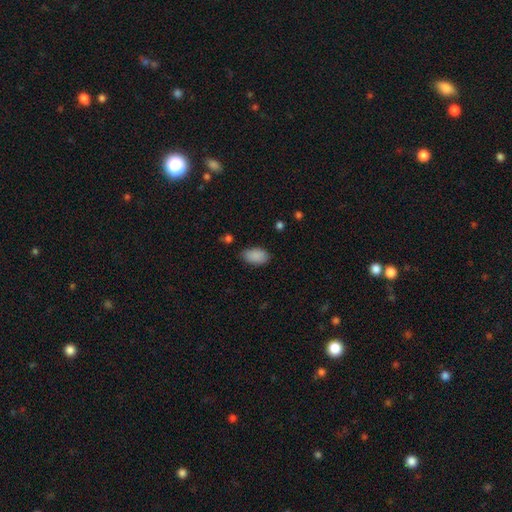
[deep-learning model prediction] This appears to be a smooth galaxy with no disk features (89%) that is in between round and cigar-shaped (93%). Merging: none (82%).